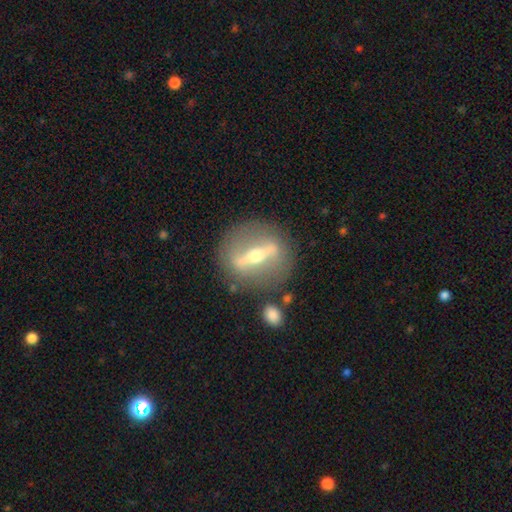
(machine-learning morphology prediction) Q: Smooth or featured?
A: featured or disk (79%); runner-up: smooth (14%)
Q: Edge-on disk?
A: no (53%); runner-up: yes (47%)
Q: Merging?
A: none (82%); runner-up: minor disturbance (9%)